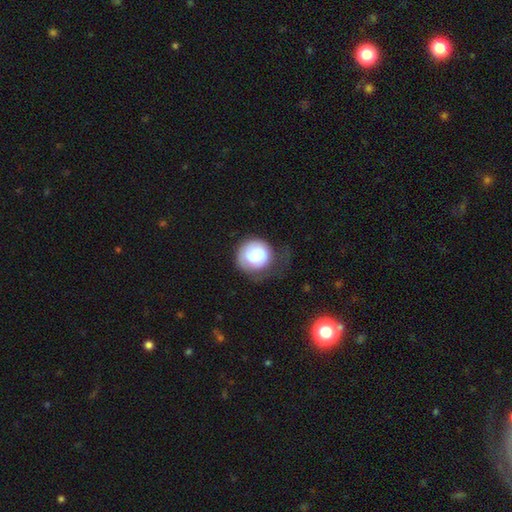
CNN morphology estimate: Q: Smooth or featured?
A: smooth (71%); runner-up: featured or disk (22%)
Q: How rounded?
A: round (86%); runner-up: in between (13%)
Q: Merging?
A: none (40%); runner-up: minor disturbance (31%)